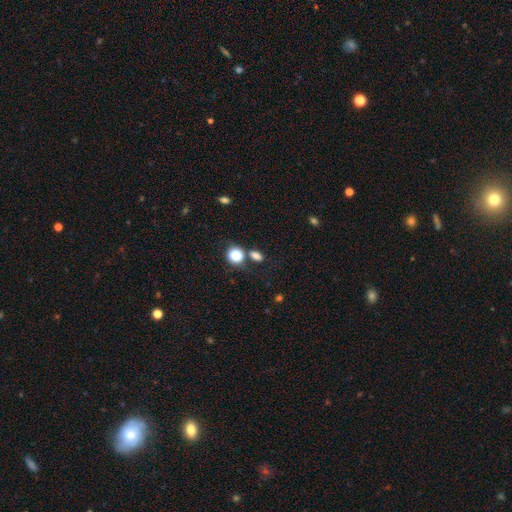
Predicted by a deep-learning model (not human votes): smooth_or_featured: smooth (p=0.81) [alt: star or artifact p=0.13]
how_rounded: in between (p=0.57) [alt: round p=0.40]
merging: none (p=0.59) [alt: merger p=0.23]